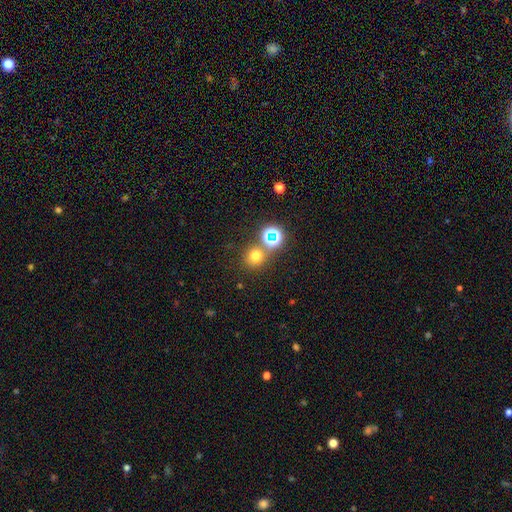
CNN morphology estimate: Smooth or featured? Predicted: smooth (p=0.67). How rounded? Predicted: round (p=0.89). Merging? Predicted: none (p=0.73).